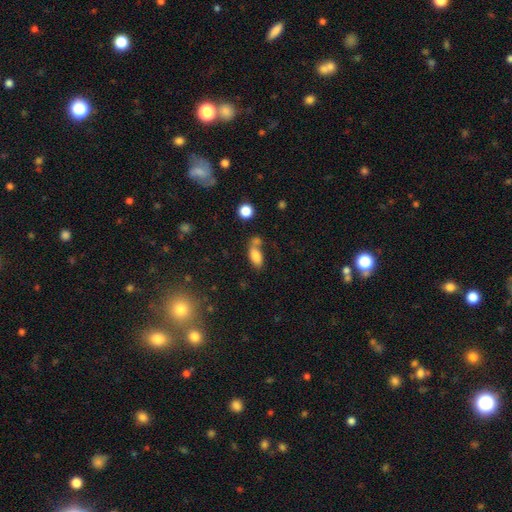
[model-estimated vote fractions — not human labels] A smooth galaxy with no disk features (80%) that is in between round and cigar-shaped (86%). Merging: none (43%).